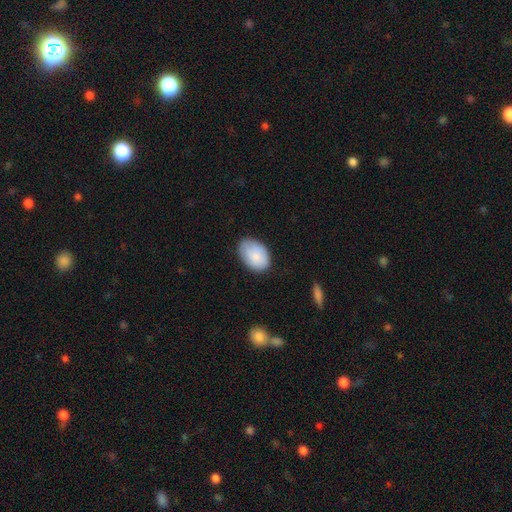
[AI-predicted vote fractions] The model was most divided on "merging": none: 75%, minor disturbance: 20%, major disturbance: 4%, merger: 1%. More confident: how rounded — in between (86%); smooth or featured — smooth (84%).